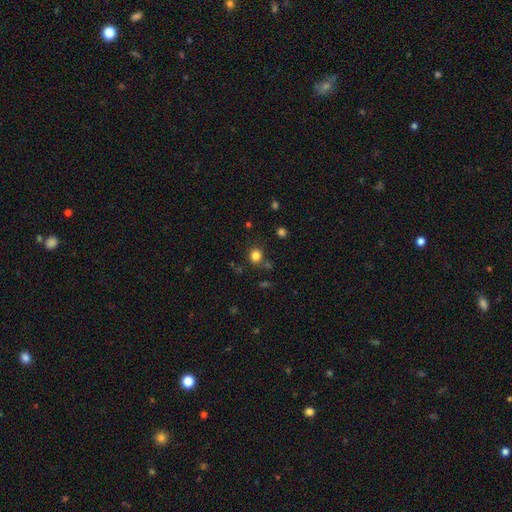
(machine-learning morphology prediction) smooth_or_featured: smooth (p=0.82) [alt: star or artifact p=0.14]
how_rounded: round (p=0.81) [alt: in between p=0.18]
merging: none (p=0.80) [alt: minor disturbance p=0.10]